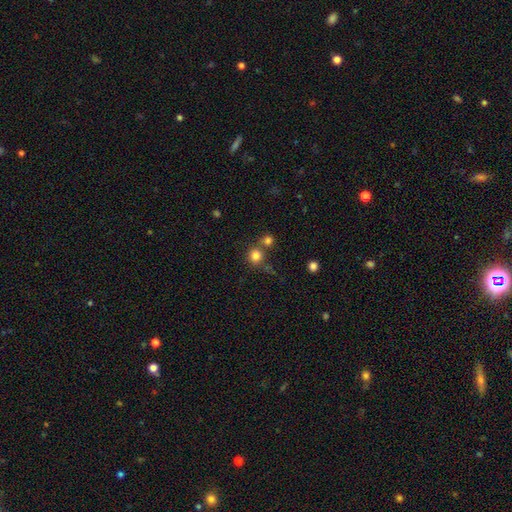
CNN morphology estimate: smooth_or_featured: smooth (p=0.80) [alt: star or artifact p=0.13]
how_rounded: round (p=0.90) [alt: in between p=0.09]
merging: none (p=0.63) [alt: merger p=0.25]